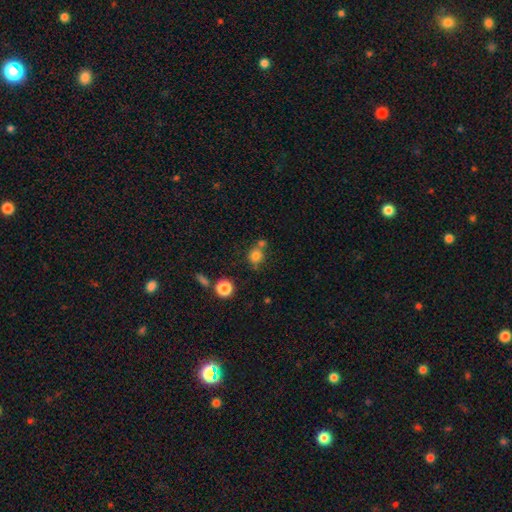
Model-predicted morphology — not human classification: Smooth or featured? Predicted: smooth (p=0.78). How rounded? Predicted: round (p=0.83). Merging? Predicted: none (p=0.58).